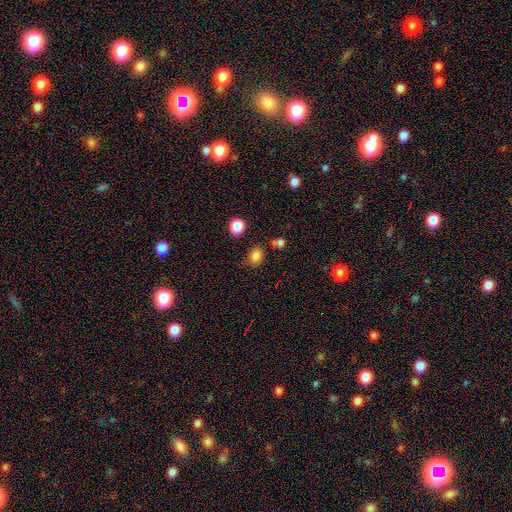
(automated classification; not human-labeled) This is clearly a smooth galaxy (81%). How rounded: likely in between (62%). Merging: likely none (71%).